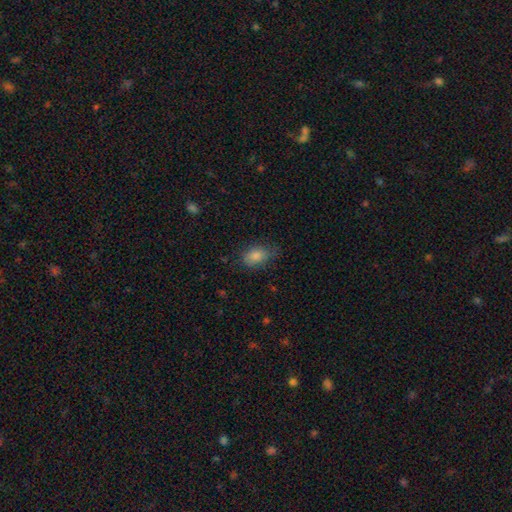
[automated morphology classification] Overall: smooth (79%). How rounded: in between (81%). Merging: none (67%).